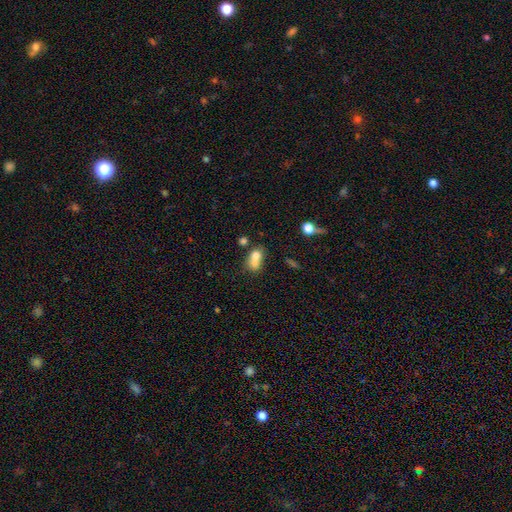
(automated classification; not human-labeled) Q: Smooth or featured?
A: smooth (70%); runner-up: featured or disk (19%)
Q: How rounded?
A: in between (49%); tied with: round (49%)
Q: Merging?
A: merger (64%); runner-up: none (23%)